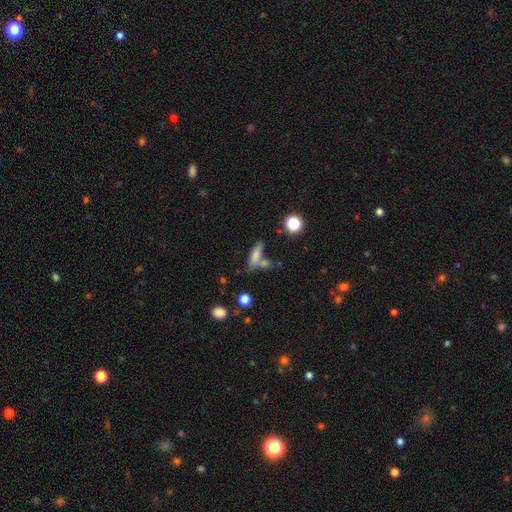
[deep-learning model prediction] This is likely a smooth galaxy (72%). How rounded: possibly cigar-shaped (59%). Merging: possibly none (53%).